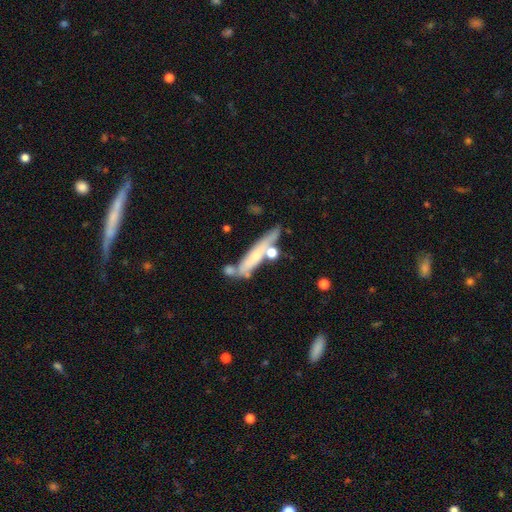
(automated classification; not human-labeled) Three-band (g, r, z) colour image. It shows a featured or disk galaxy (48%). Merging: none (52%).